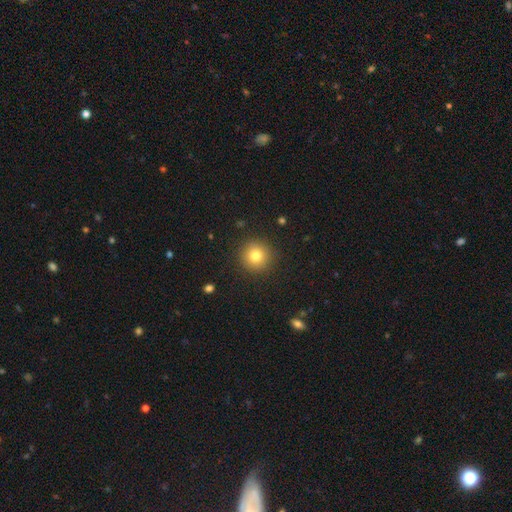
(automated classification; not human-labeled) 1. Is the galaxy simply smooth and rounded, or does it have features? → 79% smooth, 12% star or artifact, 9% featured or disk.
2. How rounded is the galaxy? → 95% round, 4% in between, 1% cigar-shaped.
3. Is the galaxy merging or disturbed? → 91% none, 6% minor disturbance, 2% major disturbance, 1% merger.